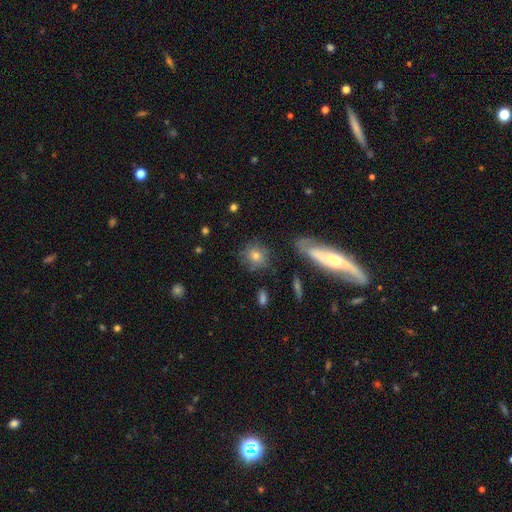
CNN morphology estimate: This is likely a smooth galaxy (67%). How rounded: likely round (80%). Merging: likely none (71%).